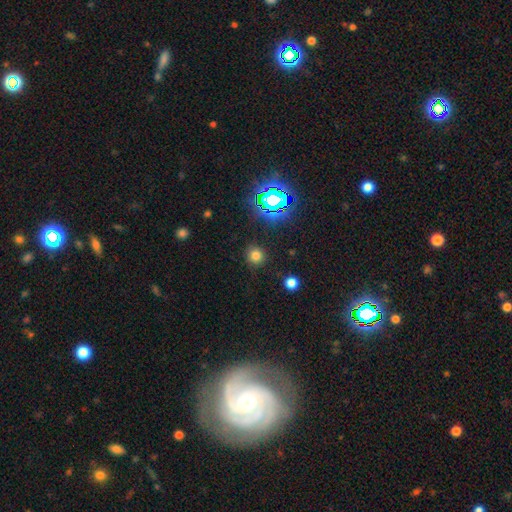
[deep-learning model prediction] The model was most divided on "smooth or featured": smooth: 71%, star or artifact: 22%, featured or disk: 7%. More confident: how rounded — round (92%); merging — none (89%).